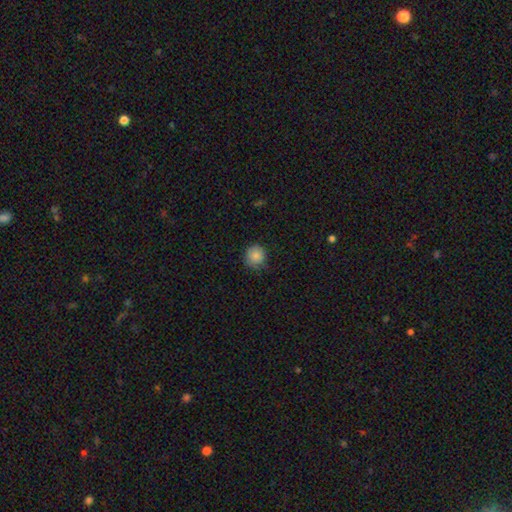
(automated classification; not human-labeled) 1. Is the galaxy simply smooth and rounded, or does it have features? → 86% smooth, 9% star or artifact, 6% featured or disk.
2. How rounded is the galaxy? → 93% round, 6% in between, 1% cigar-shaped.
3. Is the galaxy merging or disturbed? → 79% none, 17% minor disturbance, 3% major disturbance, 1% merger.